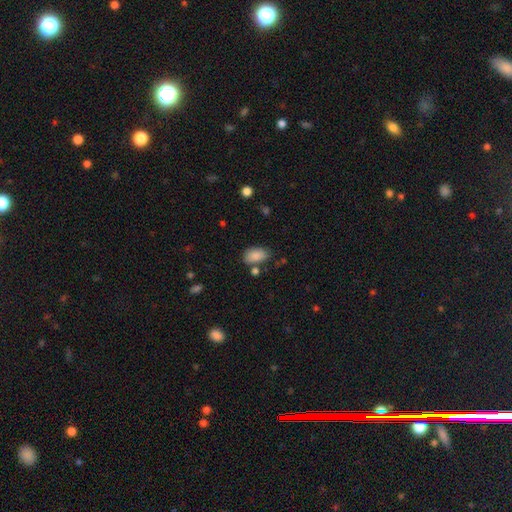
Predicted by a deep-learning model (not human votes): The model was most divided on "merging": none: 67%, minor disturbance: 19%, merger: 9%, major disturbance: 5%. More confident: how rounded — in between (92%); smooth or featured — smooth (86%).